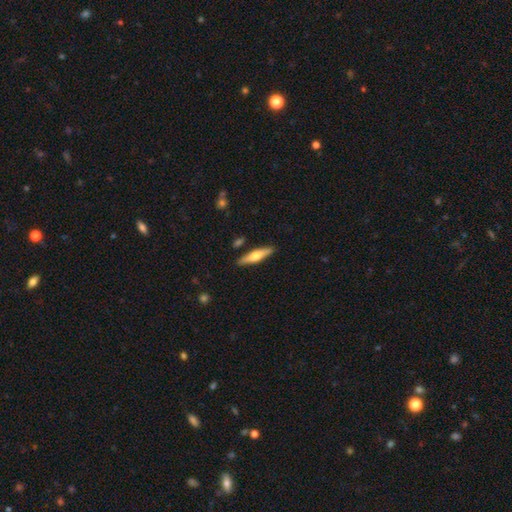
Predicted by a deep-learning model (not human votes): Smooth or featured: smooth — 51% (featured or disk — 43%)
How rounded: cigar-shaped — 78% (in between — 20%)
Merging: none — 88% (minor disturbance — 8%)